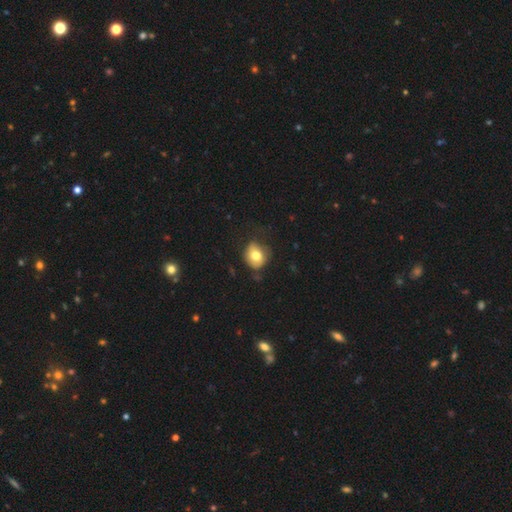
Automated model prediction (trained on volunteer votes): A smooth galaxy with no disk features (74%) that is round (63%). Merging: none (62%).